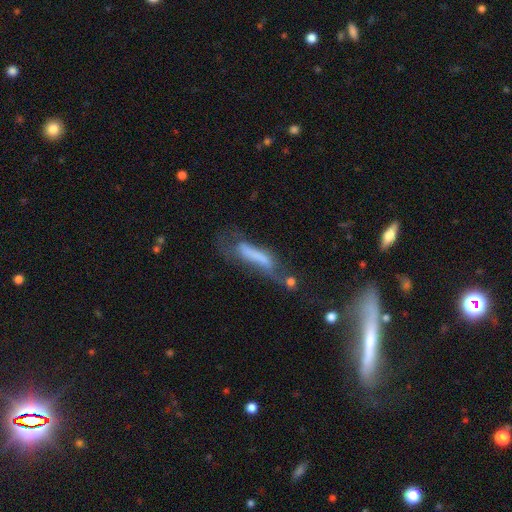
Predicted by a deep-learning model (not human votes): smooth_or_featured: smooth (p=0.53) [alt: featured or disk p=0.36]
how_rounded: cigar-shaped (p=0.73) [alt: in between p=0.25]
merging: major disturbance (p=0.40) [alt: none p=0.24]